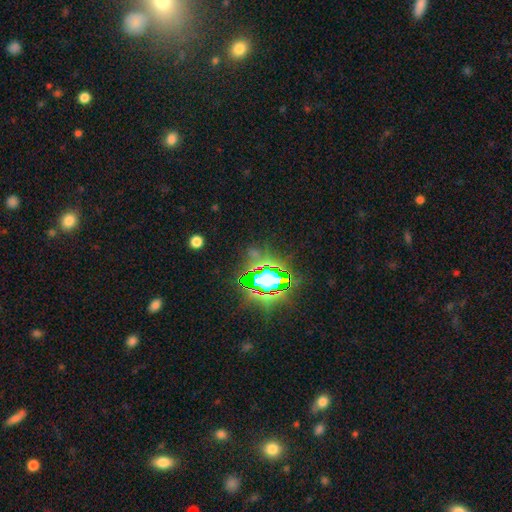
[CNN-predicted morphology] Smooth or featured?
  - star or artifact: 78% *
  - smooth: 12%
  - featured or disk: 10%